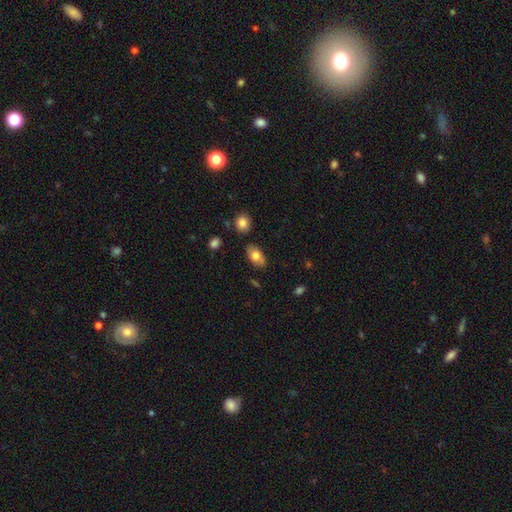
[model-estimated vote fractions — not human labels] Morphology: type=smooth (75%); roundness=in between (93%); merging=none (82%).